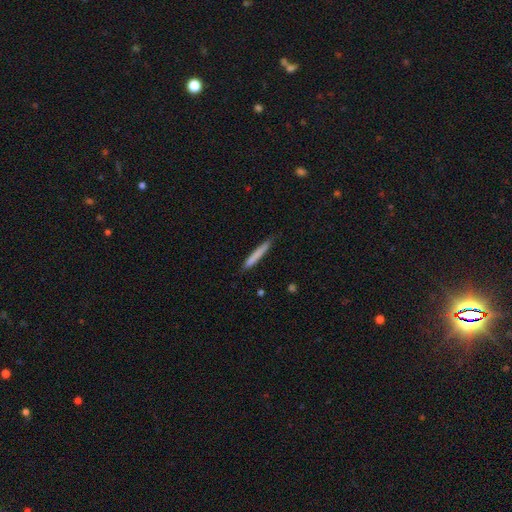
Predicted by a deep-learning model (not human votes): Overall: smooth (77%). How rounded: cigar-shaped (96%). Merging: none (85%).